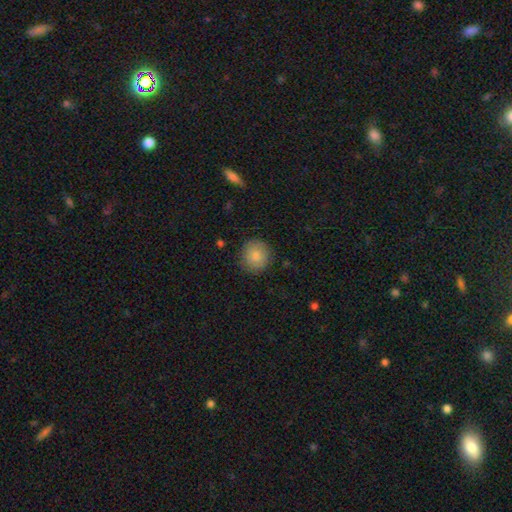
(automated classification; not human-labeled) This appears to be a smooth galaxy with no disk features (82%) that is round (87%). Merging: none (84%).